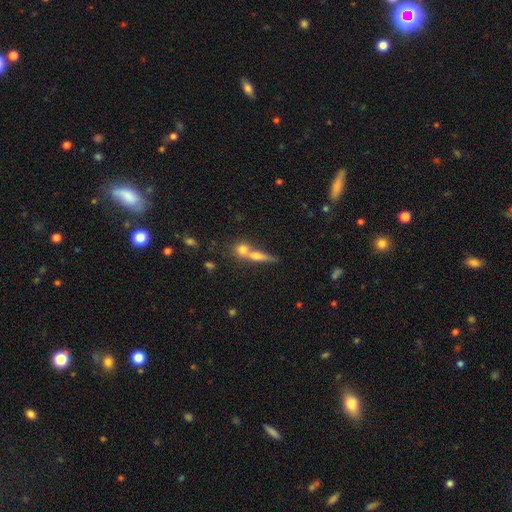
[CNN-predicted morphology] type=smooth (55%); roundness=cigar-shaped (52%); merging=merger (46%).